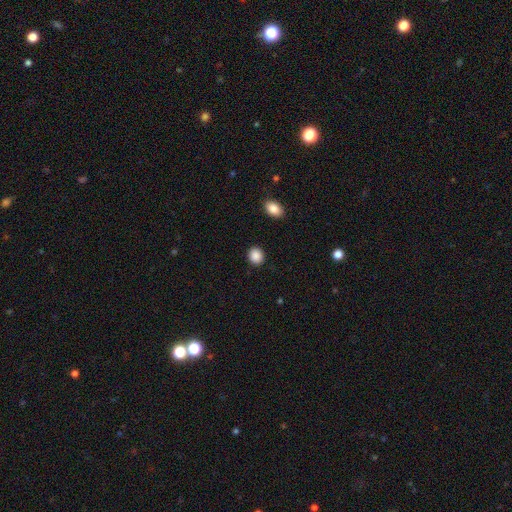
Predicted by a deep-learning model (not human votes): Morphology: type=smooth (89%); roundness=round (77%); merging=none (90%).